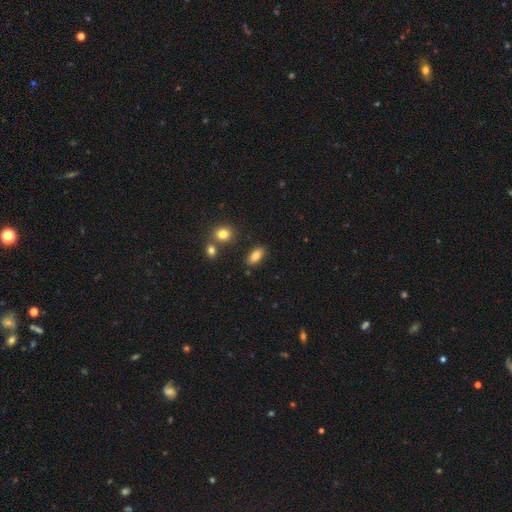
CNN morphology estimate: Overall: smooth (82%). How rounded: in between (90%). Merging: none (82%).